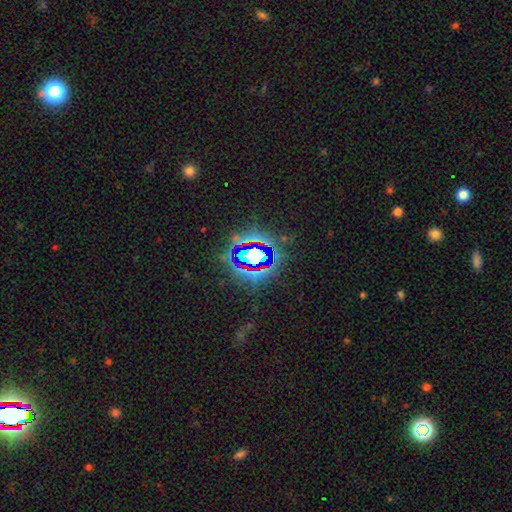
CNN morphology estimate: type=star or artifact (73%).